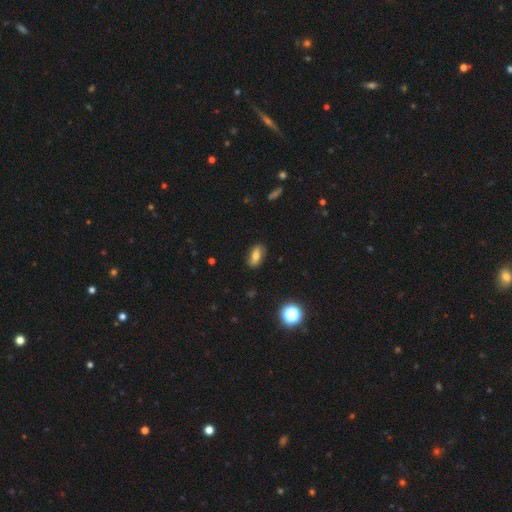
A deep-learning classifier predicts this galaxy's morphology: This is likely a smooth galaxy (62%). How rounded: clearly in between (82%). Merging: clearly none (84%).